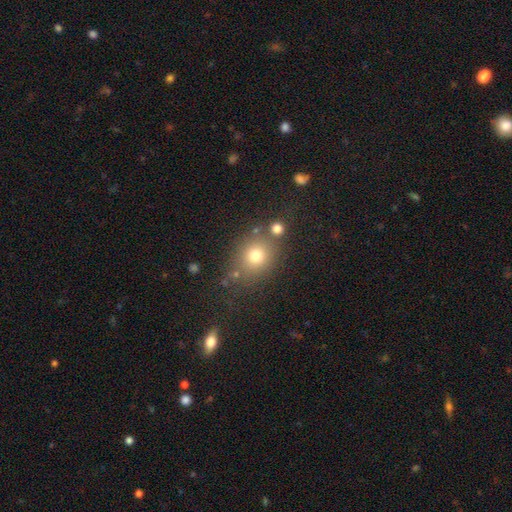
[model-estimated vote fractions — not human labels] smooth-or-featured: smooth: 74% | star or artifact: 16% | featured or disk: 10%
  how-rounded: round: 67% | in between: 32% | cigar-shaped: 1%
  merging: none: 70% | minor disturbance: 13% | merger: 10% | major disturbance: 6%